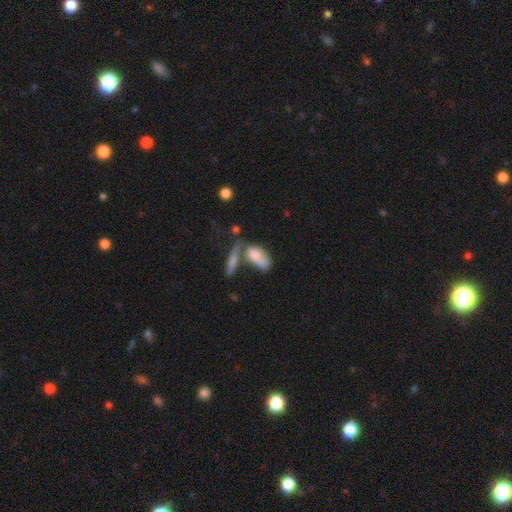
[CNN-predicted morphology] smooth 71%, featured or disk 21%, star or artifact 8%. Down the decision tree: how rounded — in between (84%); merging — merger (49%).